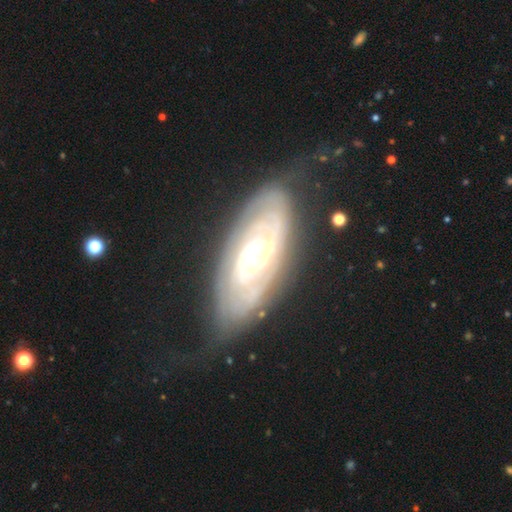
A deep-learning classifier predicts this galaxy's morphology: A featured or disk galaxy (84%) with no bar (52%), 2 (53%) tight (61%) spiral arms (89%) and a moderate central bulge (68%). Merging: none (70%).